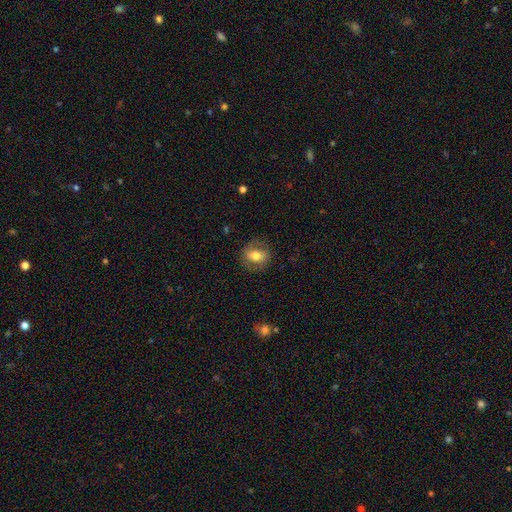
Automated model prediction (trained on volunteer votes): Q: Smooth or featured?
A: smooth (59%); runner-up: featured or disk (33%)
Q: How rounded?
A: in between (51%); runner-up: round (47%)
Q: Merging?
A: none (78%); runner-up: minor disturbance (14%)